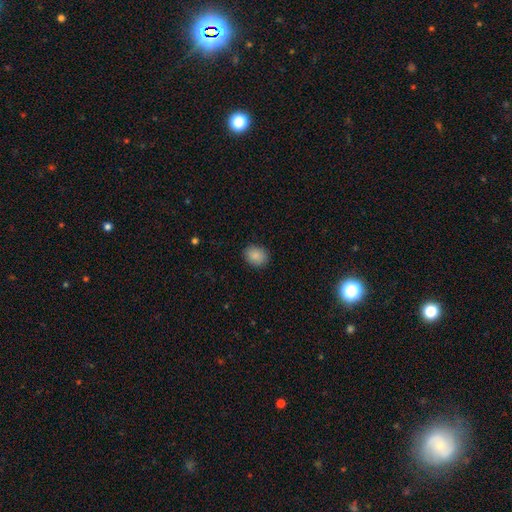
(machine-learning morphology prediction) Smooth or featured?
  - smooth: 88% *
  - star or artifact: 8%
  - featured or disk: 4%
How rounded?
  - round: 50% *
  - in between: 49%
  - cigar-shaped: 1%
Merging?
  - none: 89% *
  - minor disturbance: 8%
  - major disturbance: 2%
  - merger: 1%